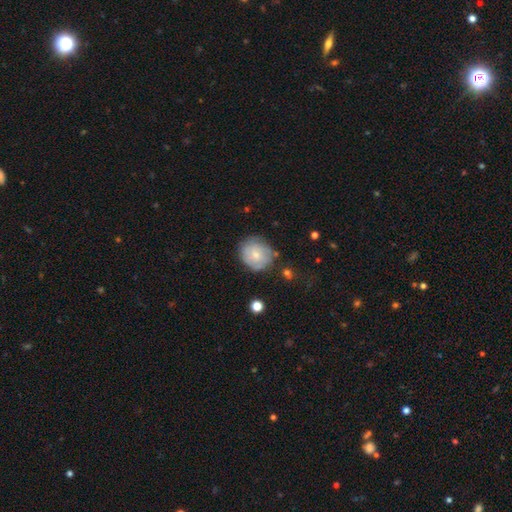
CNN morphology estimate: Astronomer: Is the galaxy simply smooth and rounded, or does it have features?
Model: smooth — 59%.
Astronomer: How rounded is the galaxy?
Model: round — 82%.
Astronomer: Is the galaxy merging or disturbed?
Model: none — 71%.